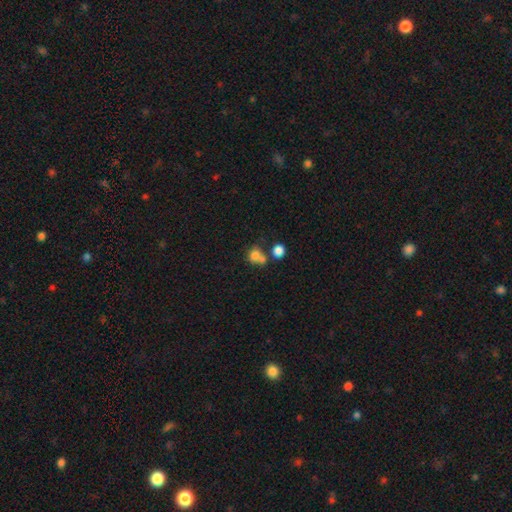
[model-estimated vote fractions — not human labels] The model was most divided on "merging": merger: 47%, none: 35%, minor disturbance: 11%, major disturbance: 7%. More confident: smooth or featured — smooth (76%); how rounded — round (67%).